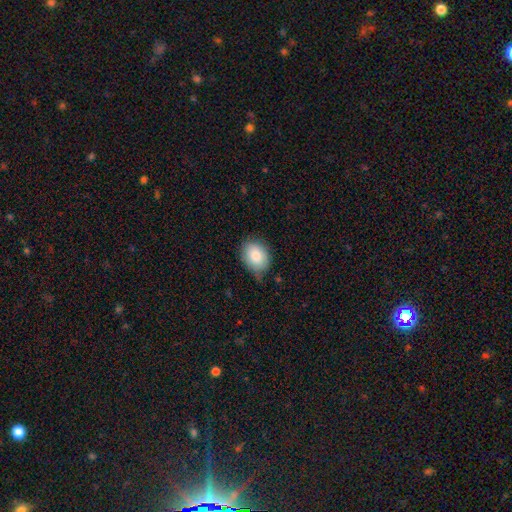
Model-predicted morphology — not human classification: smooth_or_featured: smooth (p=0.86) [alt: featured or disk p=0.07]
how_rounded: in between (p=0.65) [alt: round p=0.34]
merging: none (p=0.65) [alt: minor disturbance p=0.28]